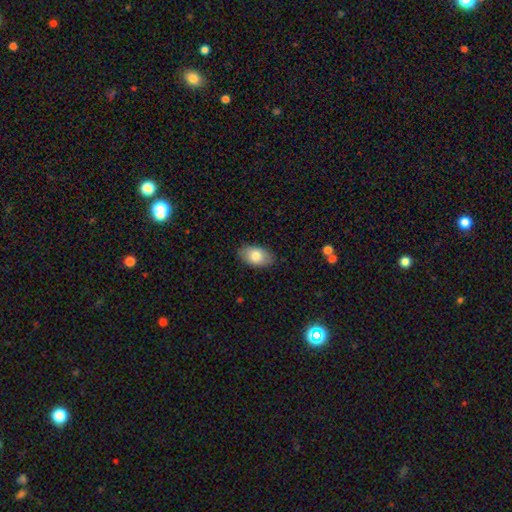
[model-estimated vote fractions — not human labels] smooth-or-featured: smooth: 80% | featured or disk: 13% | star or artifact: 6%
  how-rounded: in between: 93% | round: 6% | cigar-shaped: 2%
  merging: none: 85% | minor disturbance: 12% | major disturbance: 2% | merger: 1%